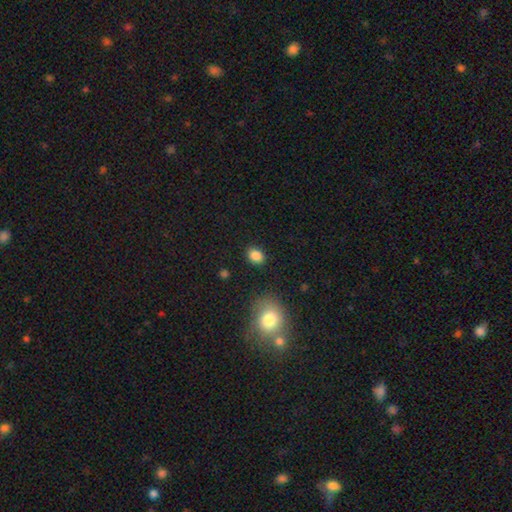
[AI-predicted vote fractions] Smooth or featured: smooth — 85% (star or artifact — 10%)
How rounded: in between — 58% (round — 41%)
Merging: none — 86% (minor disturbance — 10%)